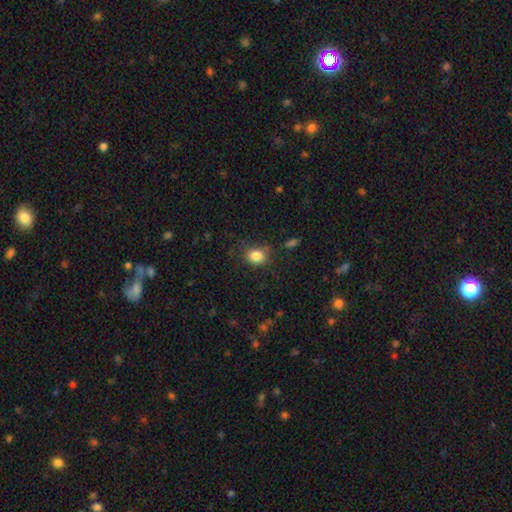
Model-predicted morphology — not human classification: smooth 84%, star or artifact 11%, featured or disk 5%. Down the decision tree: how rounded — round (62%); merging — none (75%).